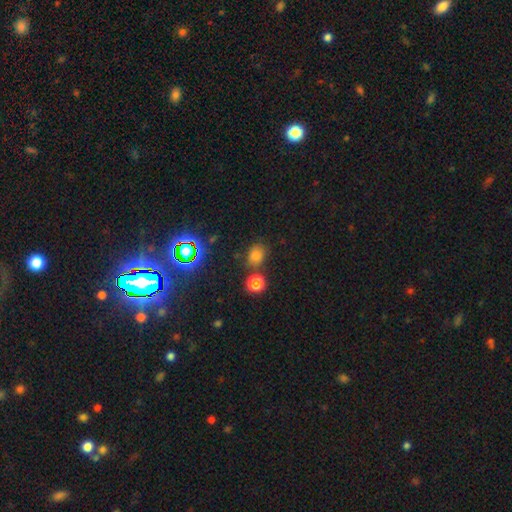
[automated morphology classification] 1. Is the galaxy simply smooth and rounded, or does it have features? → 66% smooth, 28% star or artifact, 6% featured or disk.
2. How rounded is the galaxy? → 53% round, 46% in between, 1% cigar-shaped.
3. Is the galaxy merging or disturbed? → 73% none, 13% minor disturbance, 10% merger, 4% major disturbance.